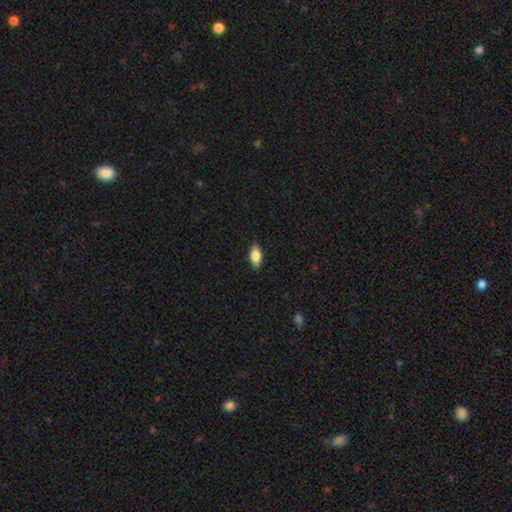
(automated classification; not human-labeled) smooth 83%, featured or disk 10%, star or artifact 7%. Down the decision tree: how rounded — in between (88%); merging — none (88%).